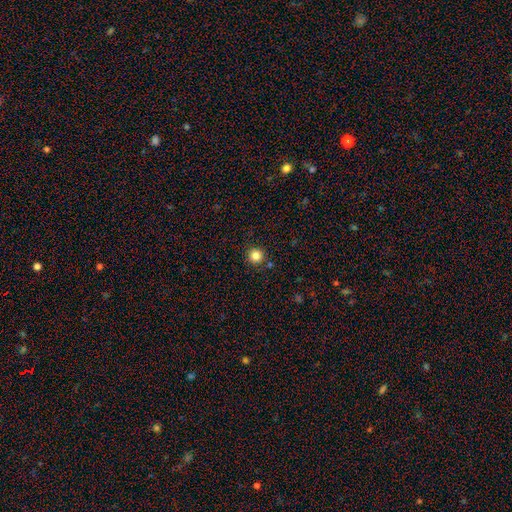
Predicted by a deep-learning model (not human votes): Q: Smooth or featured?
A: smooth (84%); runner-up: star or artifact (12%)
Q: How rounded?
A: round (95%); runner-up: in between (4%)
Q: Merging?
A: none (89%); runner-up: minor disturbance (6%)